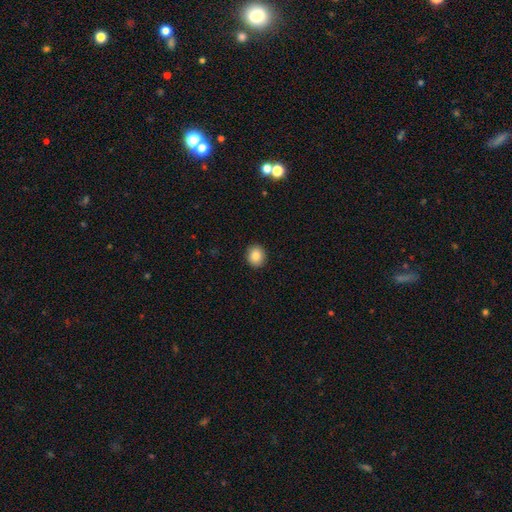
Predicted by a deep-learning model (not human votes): Smooth or featured? smooth (86%)
How rounded? round (75%)
Merging? none (91%)